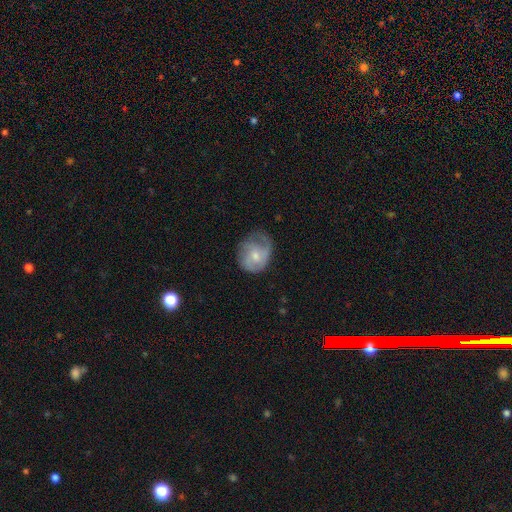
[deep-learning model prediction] featured or disk 48%, smooth 45%, star or artifact 7%. Down the decision tree: merging — none (46%).